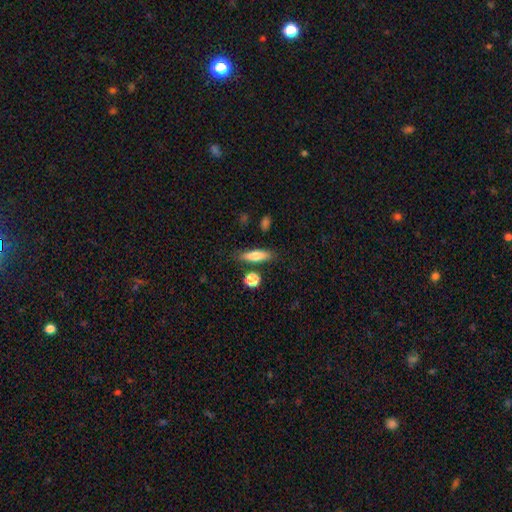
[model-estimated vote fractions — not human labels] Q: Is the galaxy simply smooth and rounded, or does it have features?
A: smooth — 70%.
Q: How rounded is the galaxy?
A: cigar-shaped — 61%.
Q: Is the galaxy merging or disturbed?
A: none — 80%.